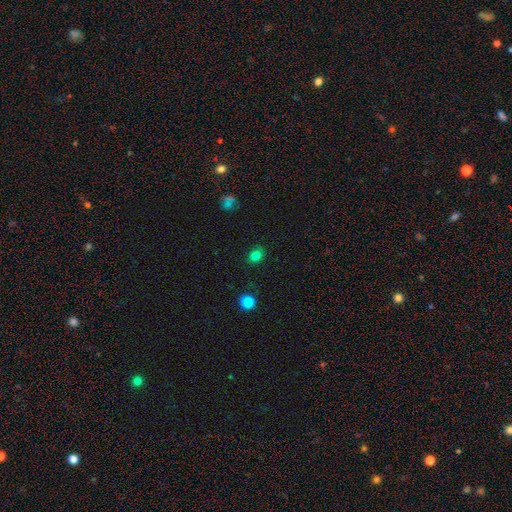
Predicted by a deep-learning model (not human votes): Smooth or featured? Predicted: smooth (p=0.81). How rounded? Predicted: round (p=0.58). Merging? Predicted: none (p=0.85).